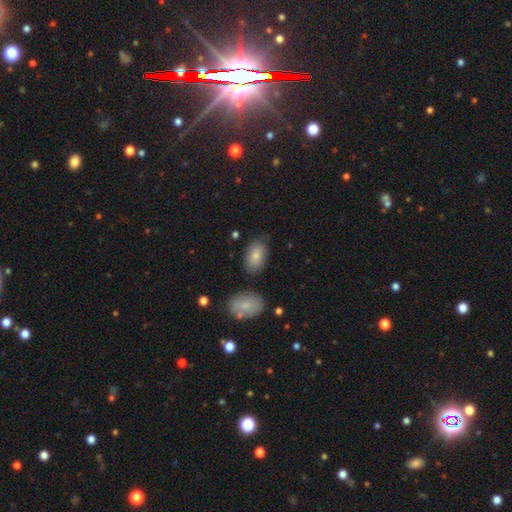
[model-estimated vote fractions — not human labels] Overall: smooth (85%). How rounded: in between (93%). Merging: none (74%).